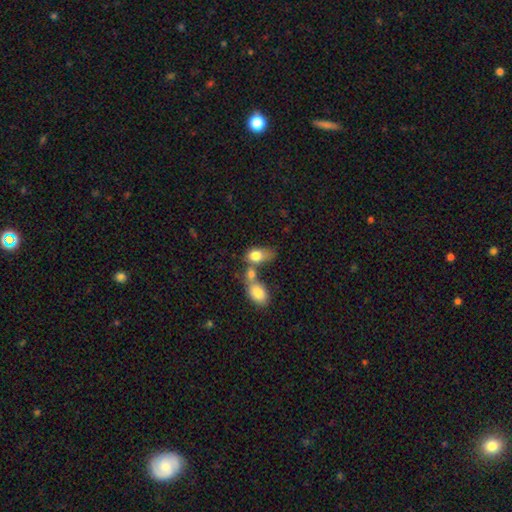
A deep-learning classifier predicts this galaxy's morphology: Overall: smooth (79%). How rounded: in between (82%). Merging: merger (57%; none 23%).